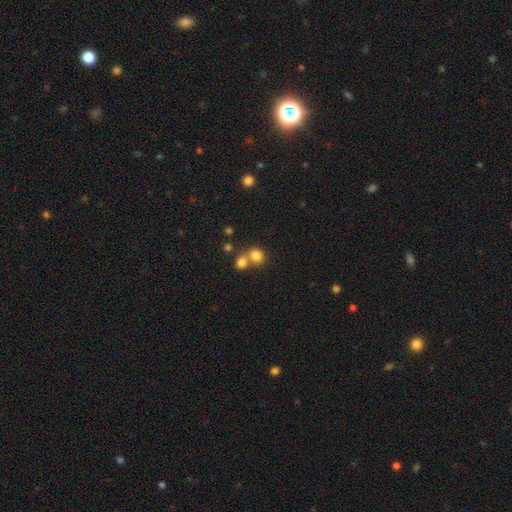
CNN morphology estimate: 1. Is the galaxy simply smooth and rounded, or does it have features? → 80% smooth, 12% star or artifact, 8% featured or disk.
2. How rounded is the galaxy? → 77% round, 22% in between, 1% cigar-shaped.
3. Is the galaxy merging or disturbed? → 46% merger, 43% none, 7% minor disturbance, 3% major disturbance.